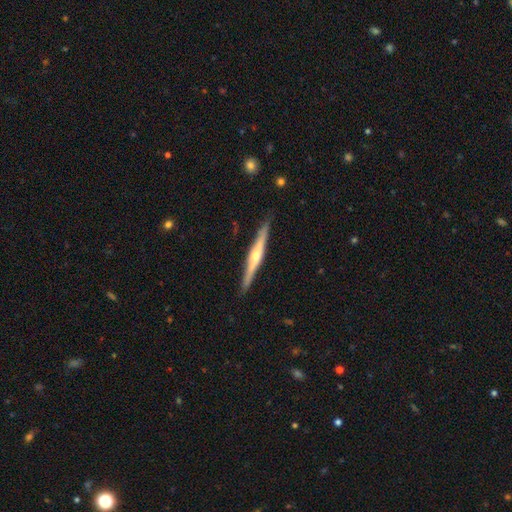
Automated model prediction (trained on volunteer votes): smooth_or_featured: featured or disk (p=0.74) [alt: smooth p=0.20]
disk_edge_on: yes (p=0.98) [alt: no p=0.02]
edge_on_bulge: rounded (p=0.85) [alt: none p=0.09]
merging: none (p=0.89) [alt: minor disturbance p=0.08]